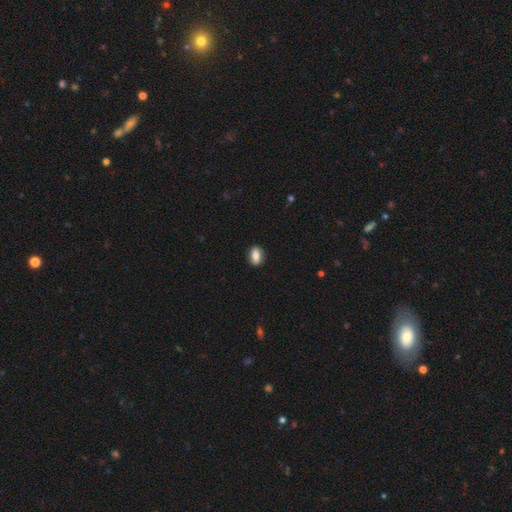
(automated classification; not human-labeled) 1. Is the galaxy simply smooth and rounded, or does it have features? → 76% smooth, 16% featured or disk, 8% star or artifact.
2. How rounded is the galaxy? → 80% in between, 15% round, 5% cigar-shaped.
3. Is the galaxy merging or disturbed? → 89% none, 8% minor disturbance, 2% major disturbance, 1% merger.